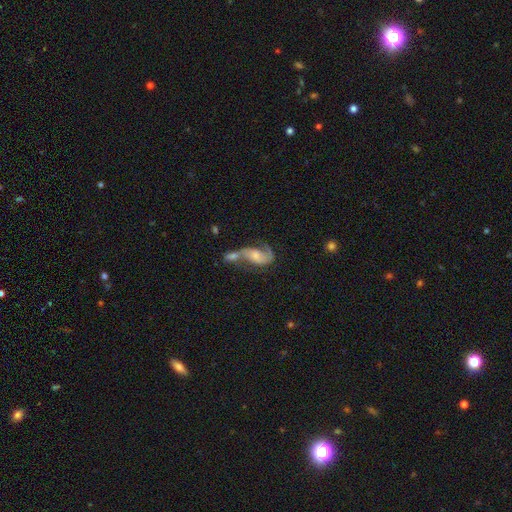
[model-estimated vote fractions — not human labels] Smooth or featured?
  - featured or disk: 74% *
  - smooth: 19%
  - star or artifact: 7%
Edge-on disk?
  - no: 96% *
  - yes: 4%
Bar?
  - no: 56% *
  - weak: 34%
  - strong: 10%
Spiral arms?
  - yes: 90% *
  - no: 10%
Spiral winding?
  - loose: 50% *
  - medium: 38%
  - tight: 13%
Spiral arm count?
  - 2: 71% *
  - 1: 20%
  - can't tell: 6%
  - 3: 1%
  - 4: 1%
  - more than 4: 1%
Bulge size?
  - small: 39% *
  - moderate: 37%
  - none: 15%
  - large: 8%
  - dominant: 2%
Merging?
  - merger: 56% *
  - none: 19%
  - major disturbance: 15%
  - minor disturbance: 10%